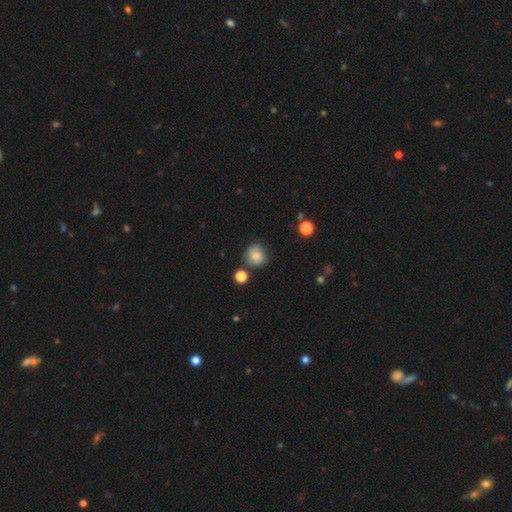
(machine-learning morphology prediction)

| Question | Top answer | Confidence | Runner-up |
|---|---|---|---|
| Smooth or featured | smooth | 82% | star or artifact (10%) |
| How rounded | round | 85% | in between (14%) |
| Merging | none | 70% | minor disturbance (19%) |